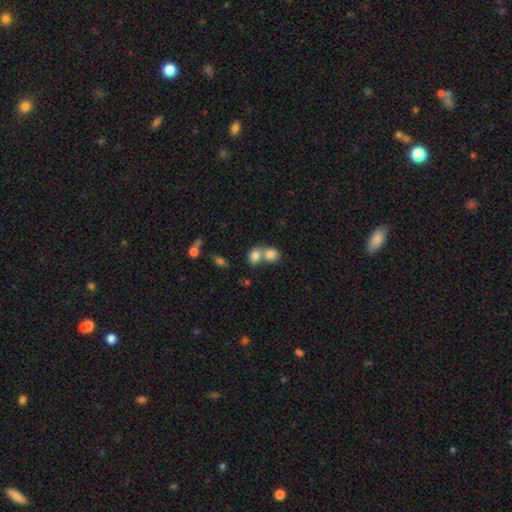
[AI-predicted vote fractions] Q: Smooth or featured?
A: smooth (81%); runner-up: star or artifact (10%)
Q: How rounded?
A: round (54%); runner-up: in between (44%)
Q: Merging?
A: merger (59%); runner-up: none (32%)